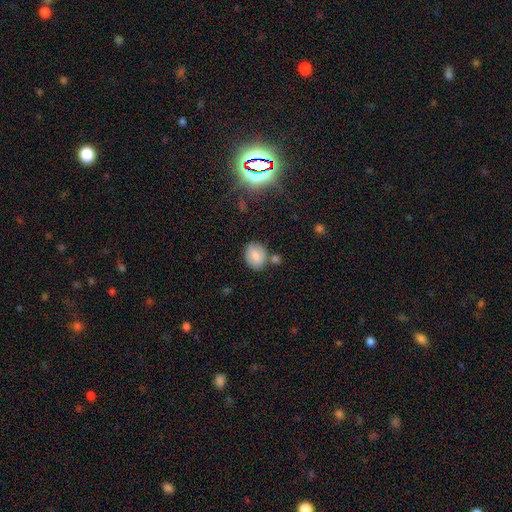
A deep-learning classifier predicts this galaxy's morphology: This is clearly a smooth galaxy (80%). How rounded: possibly round (51%). Merging: likely none (68%).